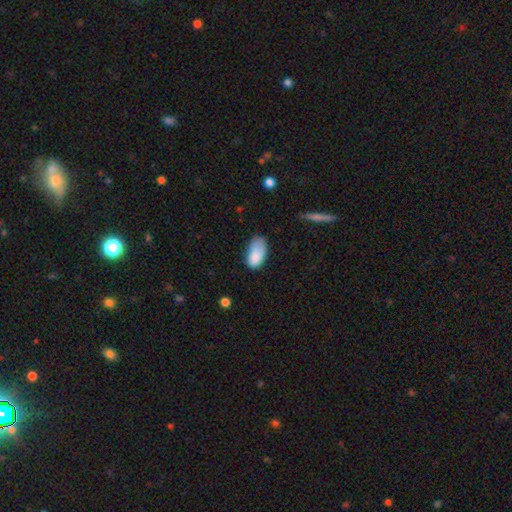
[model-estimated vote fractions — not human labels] This appears to be a smooth galaxy with no disk features (82%) that is in between round and cigar-shaped (94%). Merging: none (42%).